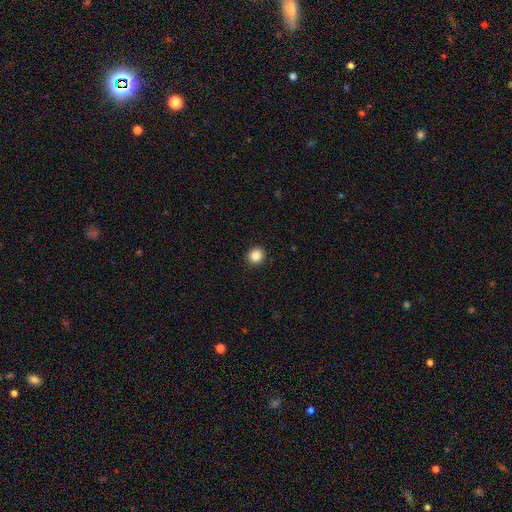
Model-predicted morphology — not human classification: smooth-or-featured: smooth: 86% | star or artifact: 10% | featured or disk: 3%
  how-rounded: round: 90% | in between: 10% | cigar-shaped: 1%
  merging: none: 92% | minor disturbance: 5% | major disturbance: 2% | merger: 1%